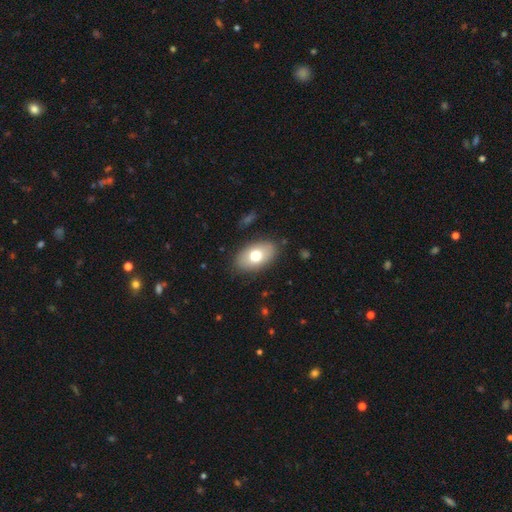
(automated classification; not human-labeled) A smooth galaxy with no disk features (71%) that is in between round and cigar-shaped (92%).

Vote fractions:
- Smooth or featured? smooth: 71% / featured or disk: 22% / star or artifact: 7%
- How rounded? in between: 92% / round: 7% / cigar-shaped: 2%
- Merging? none: 84% / minor disturbance: 11% / major disturbance: 3% / merger: 1%